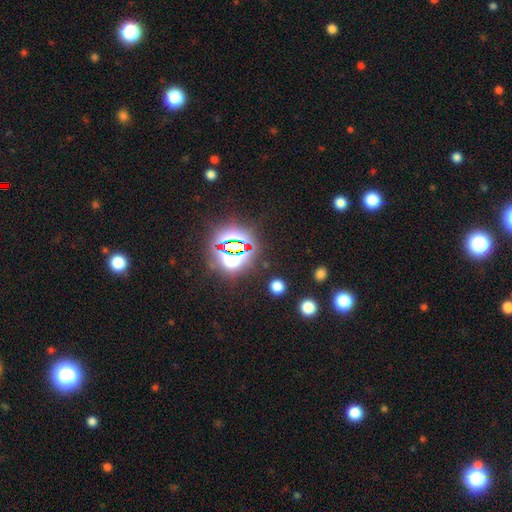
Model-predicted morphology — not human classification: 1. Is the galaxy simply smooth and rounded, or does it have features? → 82% star or artifact, 11% smooth, 7% featured or disk.